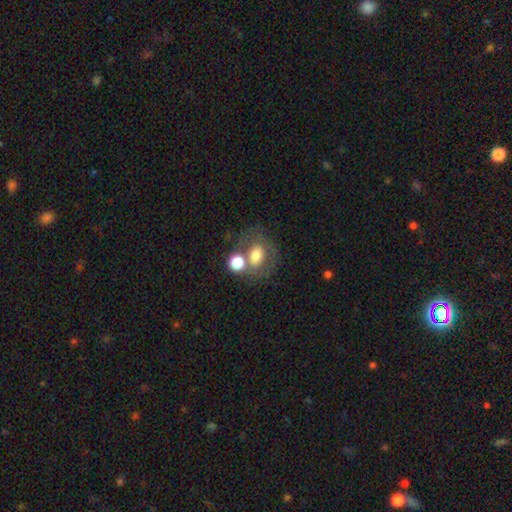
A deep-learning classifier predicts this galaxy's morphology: Smooth or featured?
  - smooth: 64% *
  - featured or disk: 24%
  - star or artifact: 12%
How rounded?
  - round: 52% *
  - in between: 46%
  - cigar-shaped: 1%
Merging?
  - none: 45% *
  - merger: 33%
  - minor disturbance: 13%
  - major disturbance: 9%